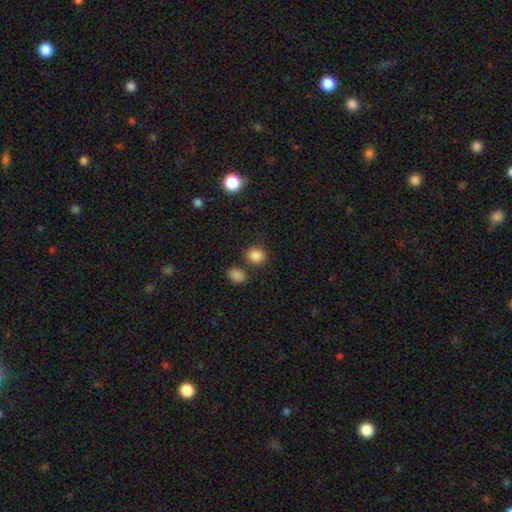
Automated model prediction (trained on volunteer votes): Smooth or featured: smooth — 86% (star or artifact — 11%)
How rounded: round — 71% (in between — 28%)
Merging: none — 76% (minor disturbance — 10%)